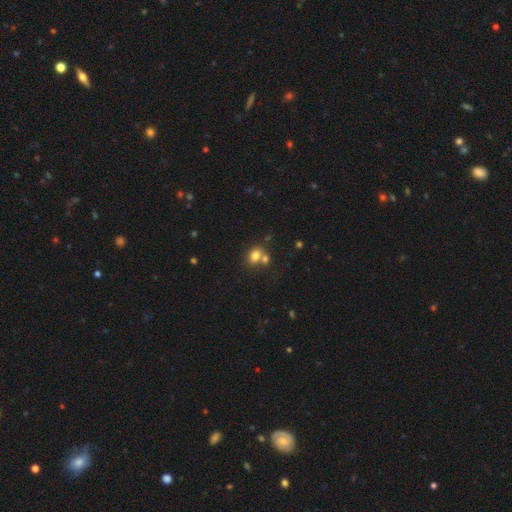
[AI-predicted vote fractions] This is likely a smooth galaxy (77%). How rounded: possibly in between (58%). Merging: possibly none (45%).